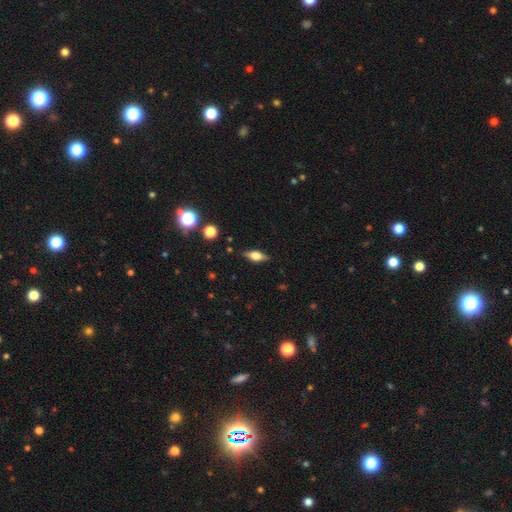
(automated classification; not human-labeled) smooth 46% (tied), featured or disk 46% (tied), star or artifact 9%. Down the decision tree: merging — none (85%).